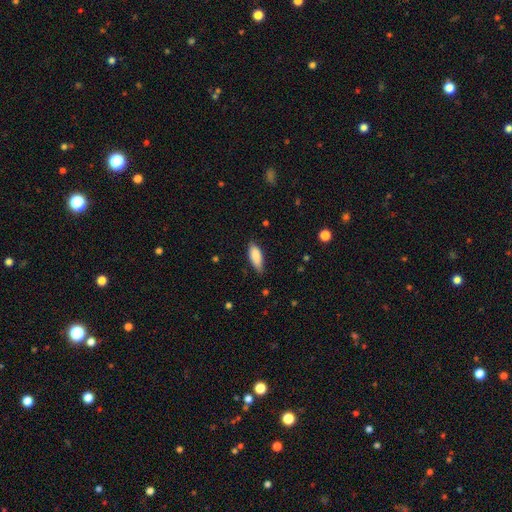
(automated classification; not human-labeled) A smooth galaxy with no disk features (86%) that is in between round and cigar-shaped (74%).

Vote fractions:
- Smooth or featured? smooth: 86% / featured or disk: 8% / star or artifact: 6%
- How rounded? in between: 74% / cigar-shaped: 24% / round: 2%
- Merging? none: 72% / minor disturbance: 23% / major disturbance: 3% / merger: 1%